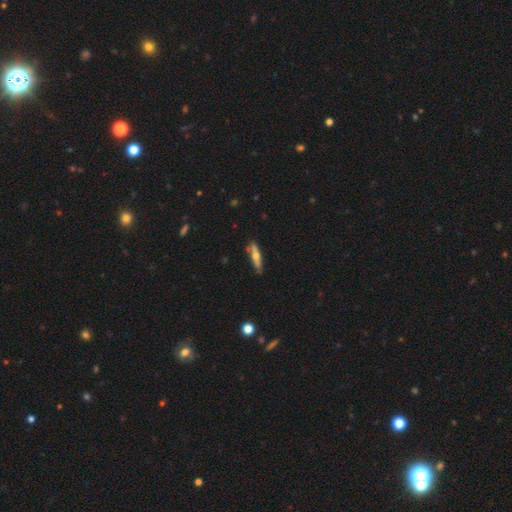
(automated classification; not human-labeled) smooth_or_featured: featured or disk (p=0.50) [alt: smooth p=0.44]
merging: none (p=0.74) [alt: minor disturbance p=0.19]